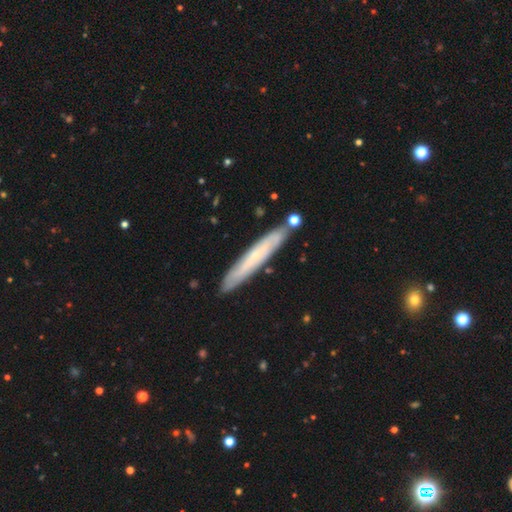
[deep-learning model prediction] Morphology: type=featured or disk (50%); merging=none (84%).